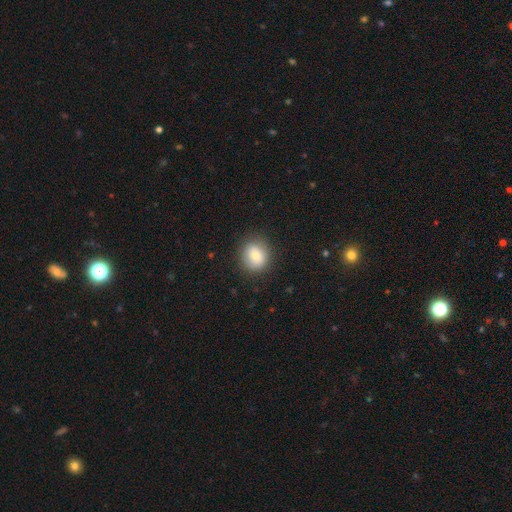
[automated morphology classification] This appears to be a smooth galaxy with no disk features (77%) that is round (77%). Merging: none (84%).